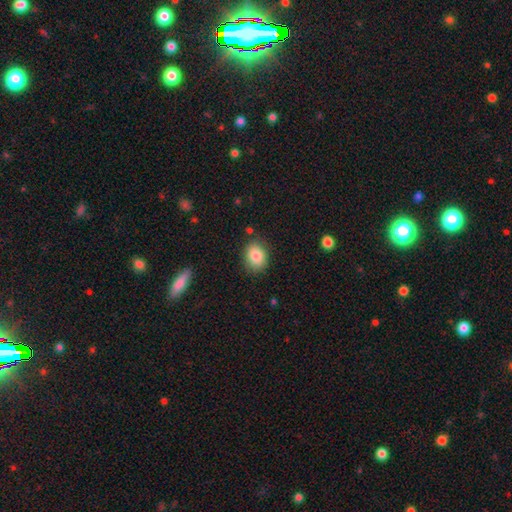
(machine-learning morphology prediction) Overall: smooth (85%). How rounded: in between (60%; round 39%). Merging: none (81%).